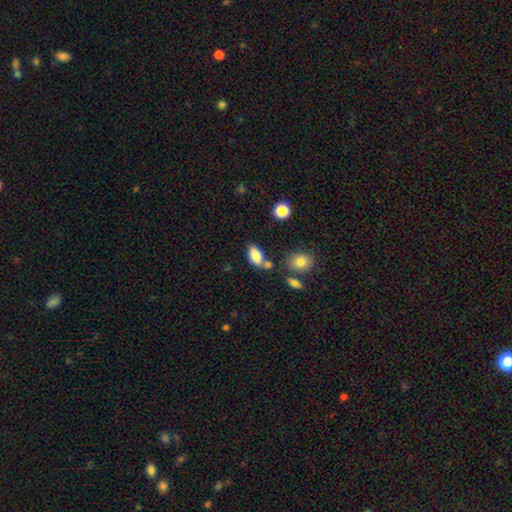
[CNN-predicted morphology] smooth_or_featured: smooth (p=0.82) [alt: star or artifact p=0.09]
how_rounded: in between (p=0.90) [alt: round p=0.06]
merging: none (p=0.56) [alt: merger p=0.20]